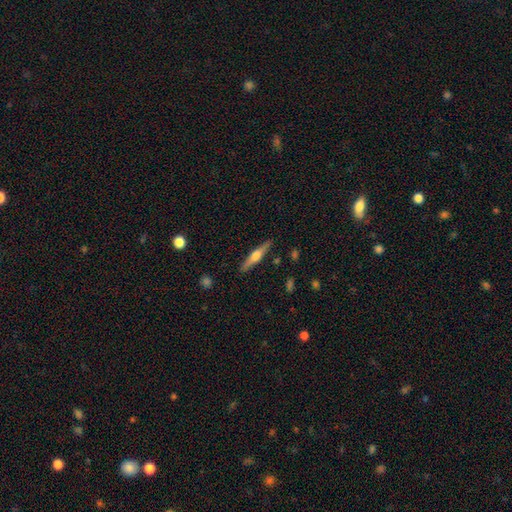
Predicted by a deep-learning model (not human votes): Overall: featured or disk (64%; smooth 30%). Edge-on disk: yes (97%). Edge-on bulge: rounded (90%). Merging: none (90%).